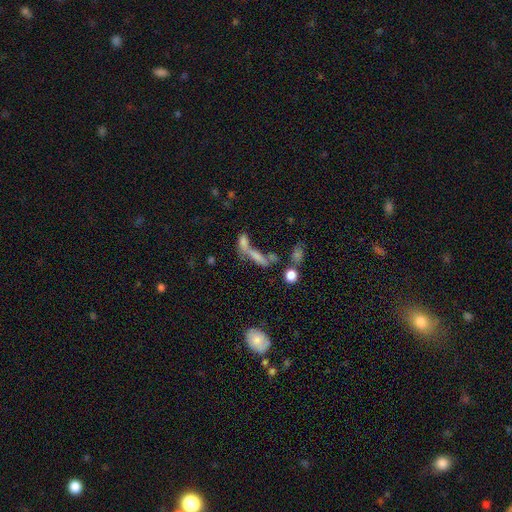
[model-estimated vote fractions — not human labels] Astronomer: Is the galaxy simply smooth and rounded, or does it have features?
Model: smooth — 58%.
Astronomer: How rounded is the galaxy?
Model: cigar-shaped — 56% (runner-up: in between, 36%).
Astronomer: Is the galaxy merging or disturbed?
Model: merger — 54%.